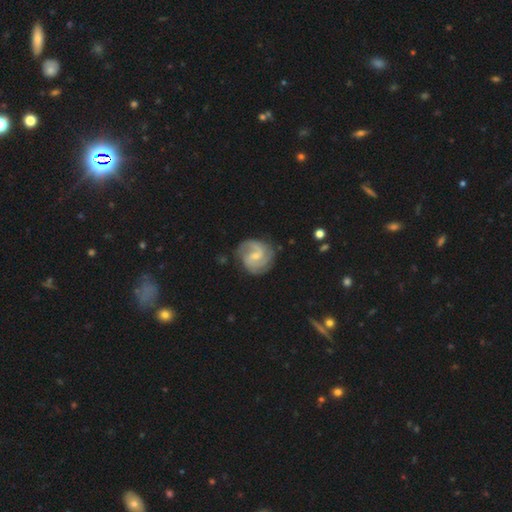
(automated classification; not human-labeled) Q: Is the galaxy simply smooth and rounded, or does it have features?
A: featured or disk — 85%.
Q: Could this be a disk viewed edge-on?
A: no — 98%.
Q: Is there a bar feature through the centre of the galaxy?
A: weak — 56%.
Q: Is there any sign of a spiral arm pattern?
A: yes — 97%.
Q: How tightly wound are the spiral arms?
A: medium — 48%.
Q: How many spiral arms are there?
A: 2 — 59%.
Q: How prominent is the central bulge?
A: small — 66%.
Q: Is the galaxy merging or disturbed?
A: none — 76%.